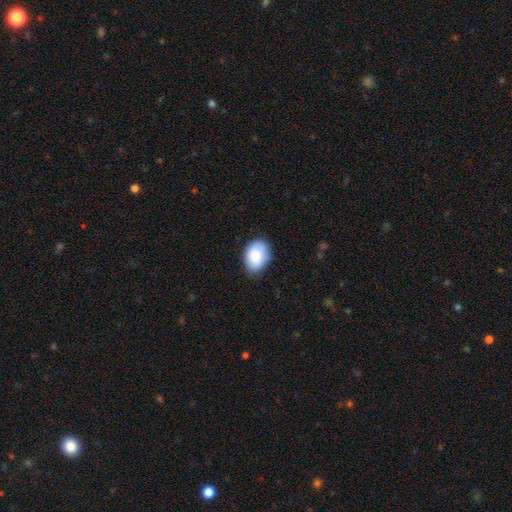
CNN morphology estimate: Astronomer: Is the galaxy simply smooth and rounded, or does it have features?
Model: smooth — 84%.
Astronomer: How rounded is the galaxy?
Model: in between — 79%.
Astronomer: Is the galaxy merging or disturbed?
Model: none — 75%.